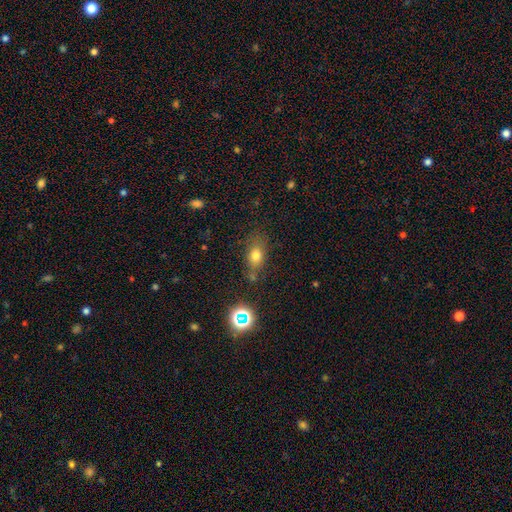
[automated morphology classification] This appears to be a smooth galaxy with no disk features (73%) that is in between round and cigar-shaped (69%). Merging: none (65%).